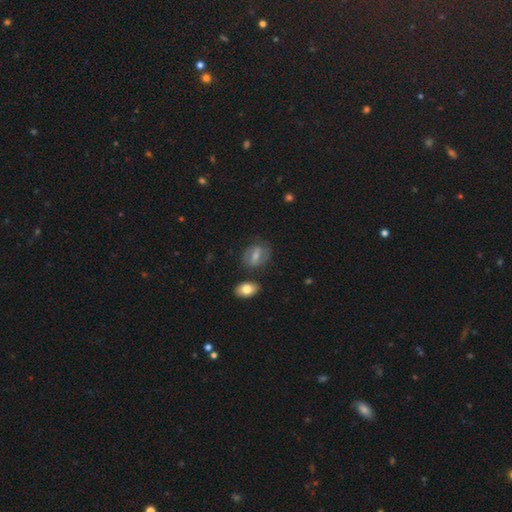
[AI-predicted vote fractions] smooth 48%, featured or disk 45%, star or artifact 8%. Down the decision tree: merging — none (70%).